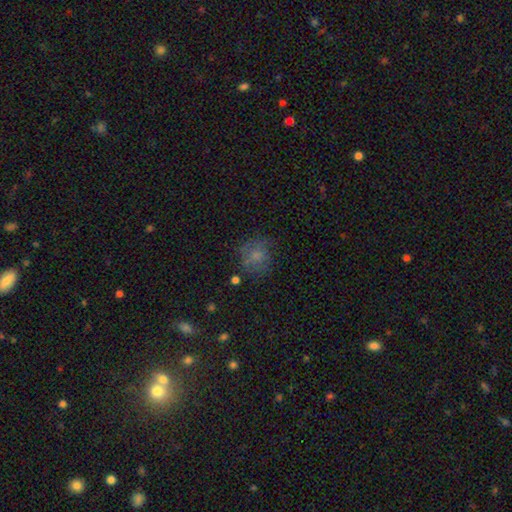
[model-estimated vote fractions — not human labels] This appears to be a smooth galaxy with no disk features (72%) that is round (80%). Merging: none (65%).